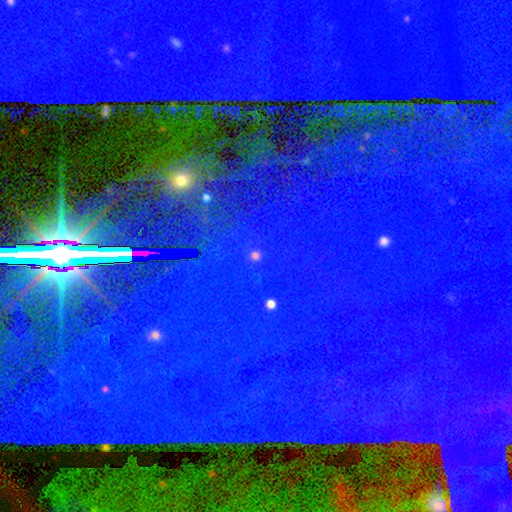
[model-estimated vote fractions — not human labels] A star or artifact, not a galaxy (72%).

Vote fractions:
- Smooth or featured? star or artifact: 72% / smooth: 18% / featured or disk: 9%